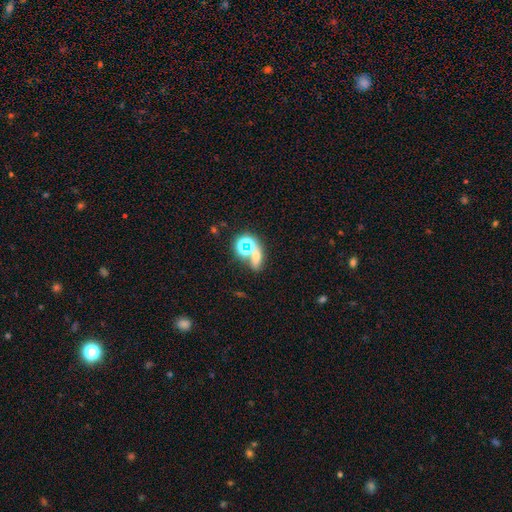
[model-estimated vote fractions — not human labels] Overall: smooth (48%; star or artifact 36%). Merging: none (51%; merger 32%).